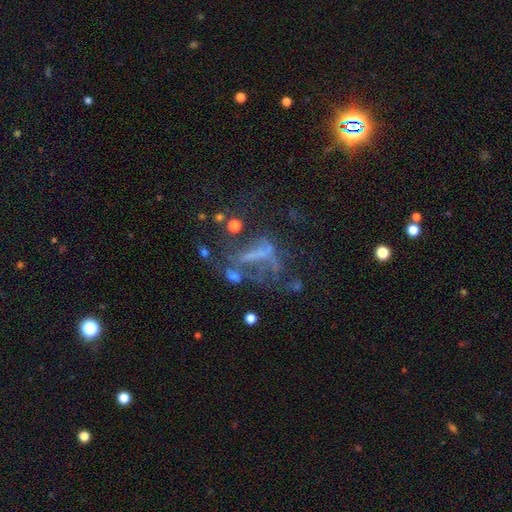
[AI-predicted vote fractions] The model was most divided on "merging": major disturbance: 41%, none: 30%, minor disturbance: 15%, merger: 14%. More confident: edge-on disk — no (89%); smooth or featured — featured or disk (51%).